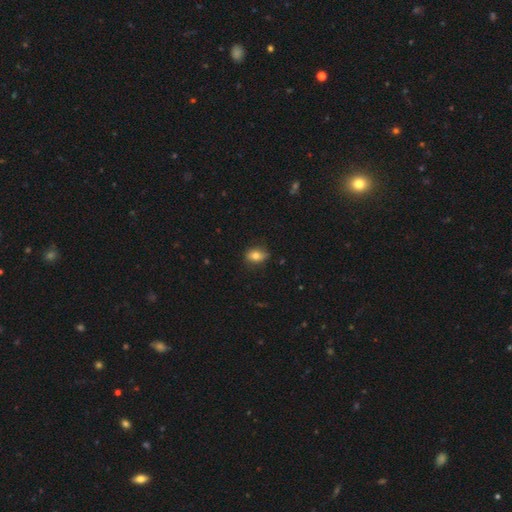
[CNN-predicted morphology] smooth_or_featured: smooth (p=0.74) [alt: featured or disk p=0.16]
how_rounded: in between (p=0.75) [alt: round p=0.21]
merging: none (p=0.68) [alt: minor disturbance p=0.26]